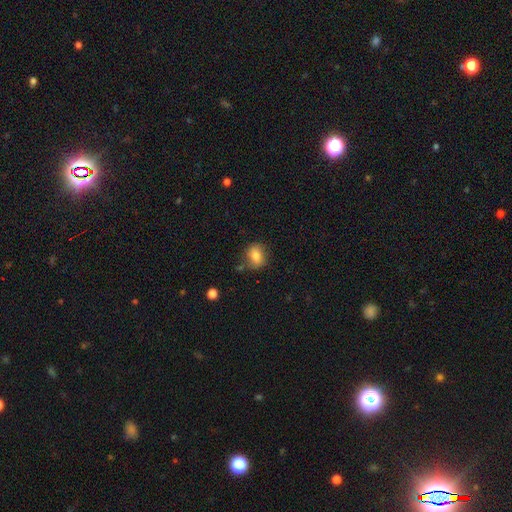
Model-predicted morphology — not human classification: smooth_or_featured: smooth (p=0.78) [alt: featured or disk p=0.13]
how_rounded: round (p=0.50) [alt: in between p=0.48]
merging: none (p=0.77) [alt: minor disturbance p=0.15]